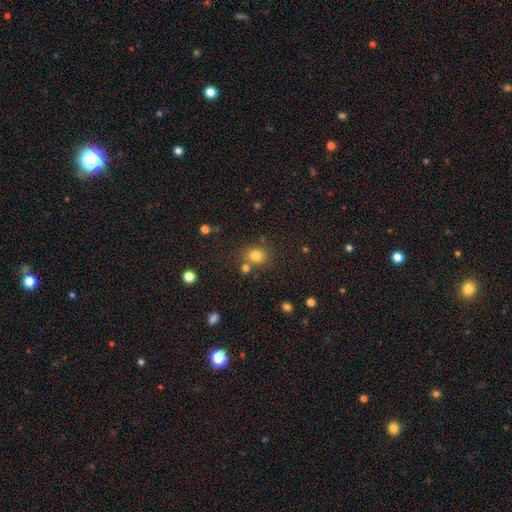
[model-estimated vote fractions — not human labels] This is likely a smooth galaxy (78%). How rounded: likely round (70%). Merging: likely none (71%).